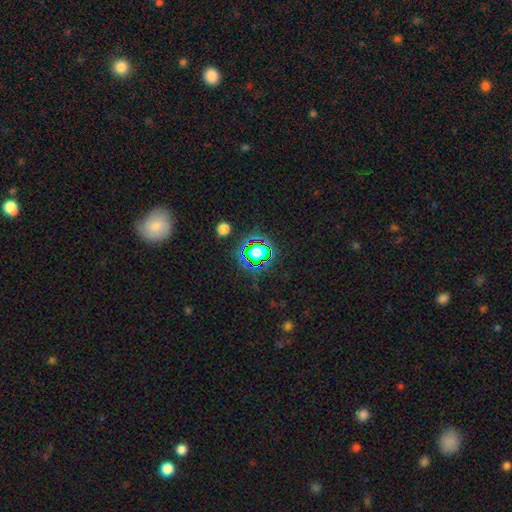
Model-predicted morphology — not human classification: A star or artifact, not a galaxy (61%).